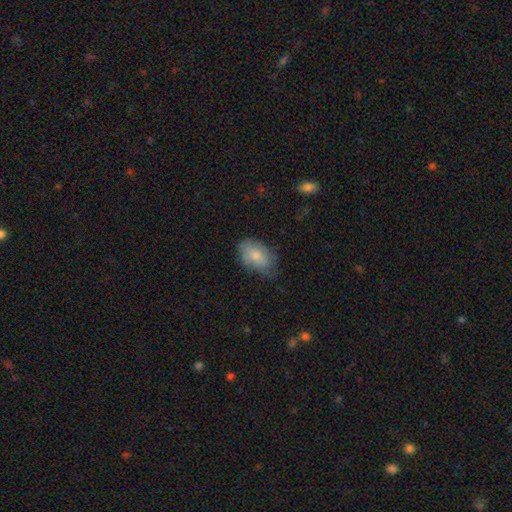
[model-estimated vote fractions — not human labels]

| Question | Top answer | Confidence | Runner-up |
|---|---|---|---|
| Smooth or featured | smooth | 81% | featured or disk (12%) |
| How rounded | in between | 92% | round (7%) |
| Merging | none | 63% | minor disturbance (29%) |